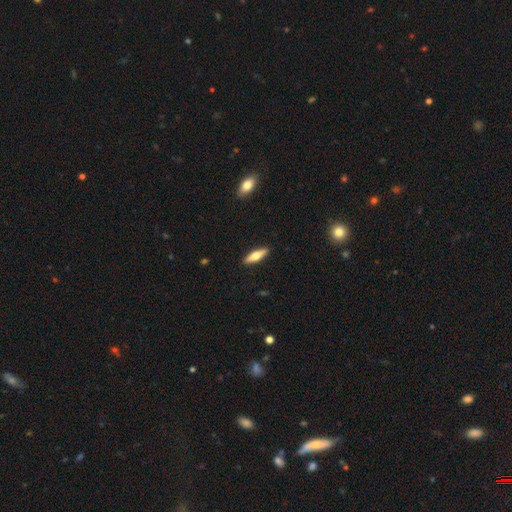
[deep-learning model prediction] Smooth or featured?
  - smooth: 55% *
  - featured or disk: 39%
  - star or artifact: 6%
How rounded?
  - cigar-shaped: 62% *
  - in between: 36%
  - round: 2%
Merging?
  - none: 91% *
  - minor disturbance: 7%
  - major disturbance: 2%
  - merger: 1%